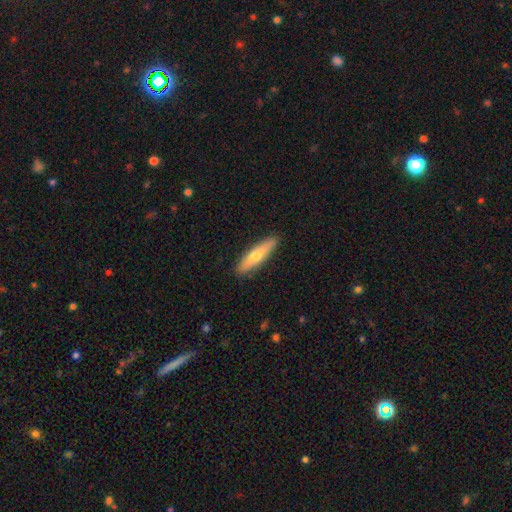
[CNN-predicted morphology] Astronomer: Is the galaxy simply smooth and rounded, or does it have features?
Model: smooth — 65%.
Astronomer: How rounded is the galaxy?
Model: cigar-shaped — 75%.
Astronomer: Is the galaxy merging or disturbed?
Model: none — 89%.